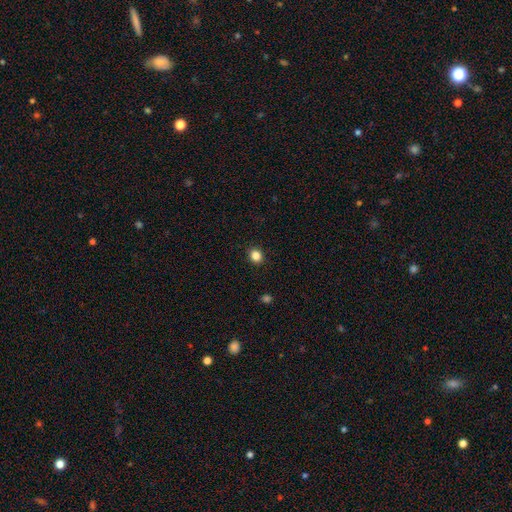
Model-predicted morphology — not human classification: This is clearly a smooth galaxy (84%). How rounded: likely round (78%). Merging: clearly none (92%).